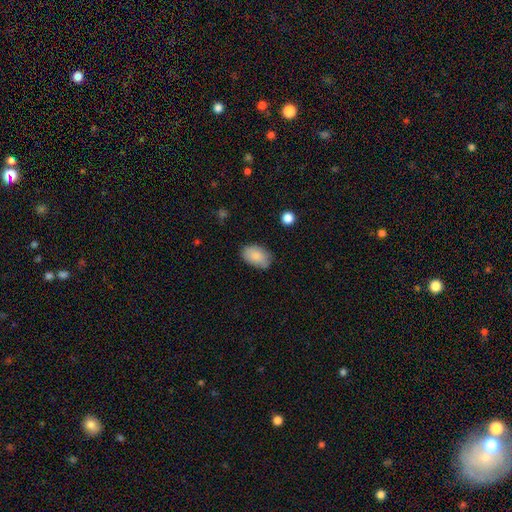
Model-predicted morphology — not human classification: The model was most divided on "merging": none: 76%, minor disturbance: 19%, major disturbance: 4%, merger: 1%. More confident: how rounded — in between (91%); smooth or featured — smooth (86%).